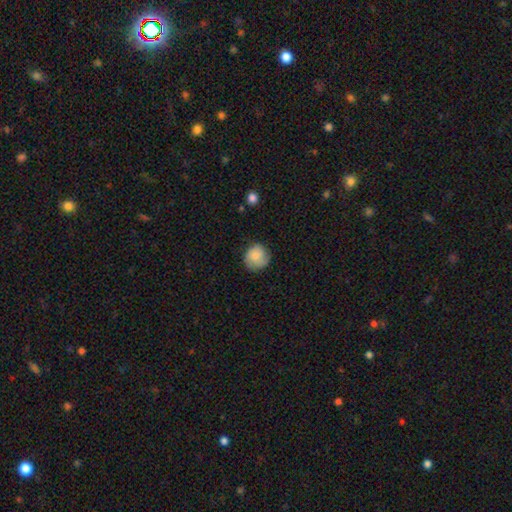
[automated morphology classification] Q: Smooth or featured?
A: smooth (75%); runner-up: featured or disk (18%)
Q: How rounded?
A: round (89%); runner-up: in between (10%)
Q: Merging?
A: none (73%); runner-up: minor disturbance (21%)